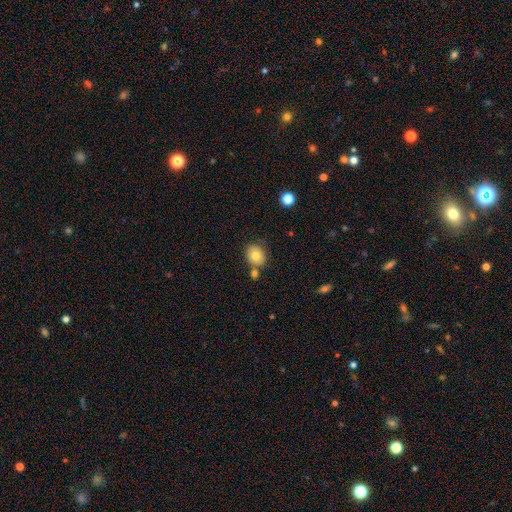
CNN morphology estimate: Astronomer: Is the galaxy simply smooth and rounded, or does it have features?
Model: smooth — 78%.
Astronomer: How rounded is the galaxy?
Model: round — 66%.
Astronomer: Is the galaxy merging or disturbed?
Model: none — 68%.